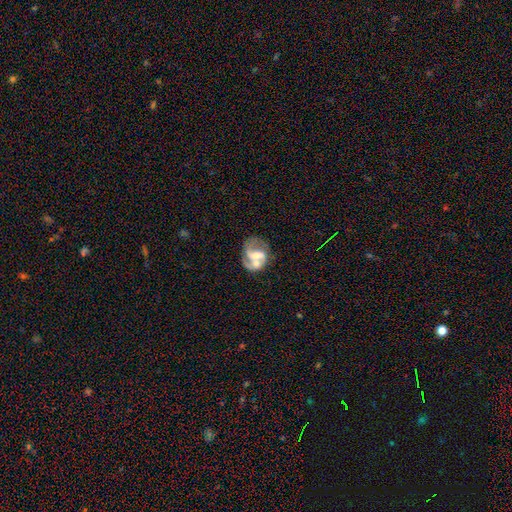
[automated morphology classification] A featured or disk galaxy (71%) with no bar (42%), 2 (62%) medium (44%) spiral arms (77%) and a moderate central bulge (51%).

Vote fractions:
- Smooth or featured? featured or disk: 71% / smooth: 22% / star or artifact: 7%
- Edge-on disk? no: 98% / yes: 2%
- Bar? no: 42% / weak: 41% / strong: 18%
- Spiral arms? yes: 77% / no: 23%
- Spiral winding? medium: 44% / loose: 38% / tight: 19%
- Spiral arm count? 2: 62% / 1: 14% / can't tell: 12% / 3: 8% / 4: 2% / more than 4: 2%
- Bulge size? moderate: 51% / small: 33% / none: 8% / large: 7% / dominant: 2%
- Merging? merger: 37% / none: 31% / major disturbance: 18% / minor disturbance: 15%